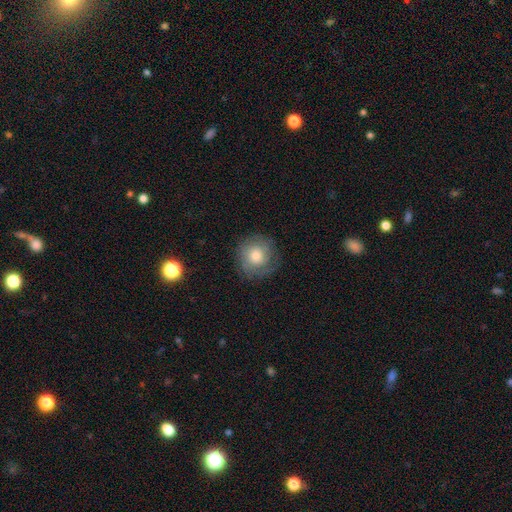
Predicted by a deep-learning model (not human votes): Smooth or featured?
  - smooth: 52% *
  - featured or disk: 39%
  - star or artifact: 9%
How rounded?
  - round: 92% *
  - in between: 7%
  - cigar-shaped: 1%
Merging?
  - none: 78% *
  - minor disturbance: 14%
  - major disturbance: 6%
  - merger: 1%